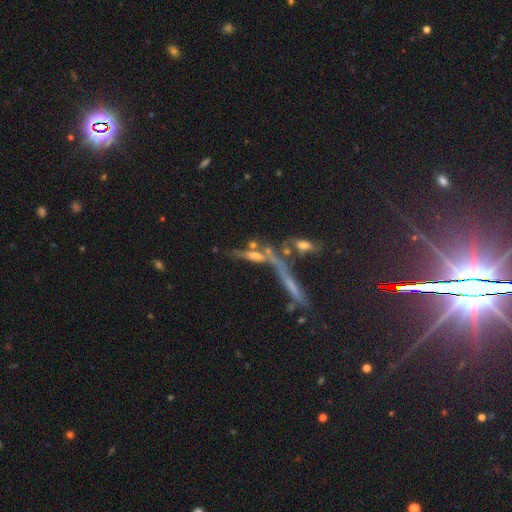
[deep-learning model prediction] featured or disk 41%, star or artifact 36%, smooth 23%. Down the decision tree: merging — none (40%).